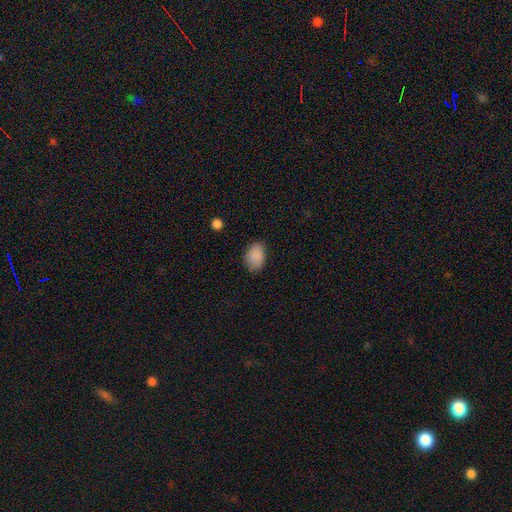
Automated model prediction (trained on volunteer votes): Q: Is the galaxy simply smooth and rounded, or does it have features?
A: smooth — 88%.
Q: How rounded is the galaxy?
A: in between — 81%.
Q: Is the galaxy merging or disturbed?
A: none — 75%.